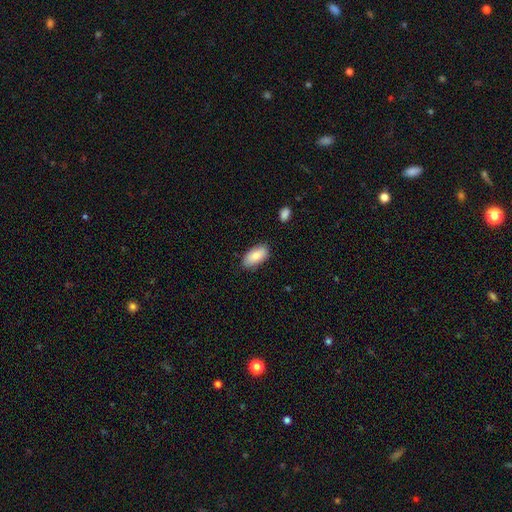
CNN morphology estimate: The model was most divided on "merging": none: 82%, minor disturbance: 14%, major disturbance: 2%, merger: 2%. More confident: how rounded — in between (93%); smooth or featured — smooth (83%).